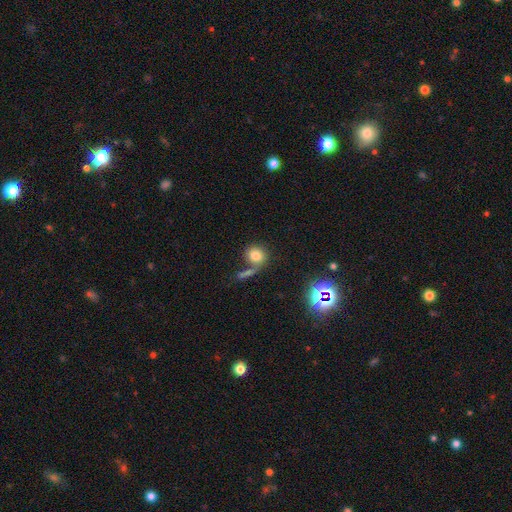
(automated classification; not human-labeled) A smooth galaxy with no disk features (76%) that is round (81%). Merging: none (53%).